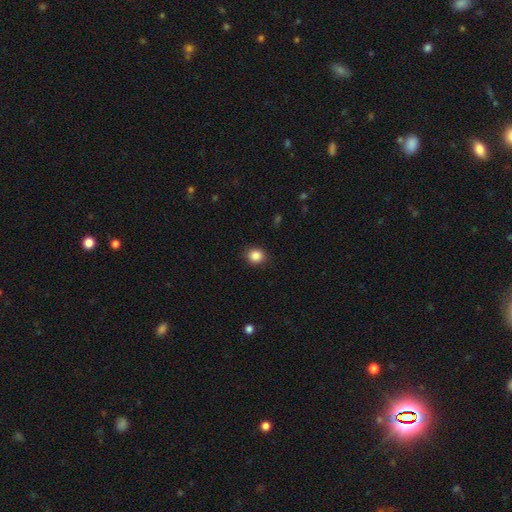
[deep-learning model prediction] The model was most divided on "how rounded": round: 77%, in between: 22%, cigar-shaped: 1%. More confident: merging — none (89%); smooth or featured — smooth (87%).